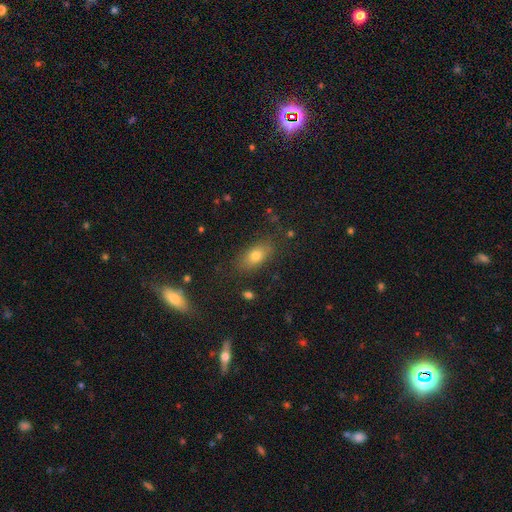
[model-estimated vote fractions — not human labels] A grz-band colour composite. It shows a smooth galaxy with no disk features (75%) that is in between round and cigar-shaped (84%). Merging: none (82%).